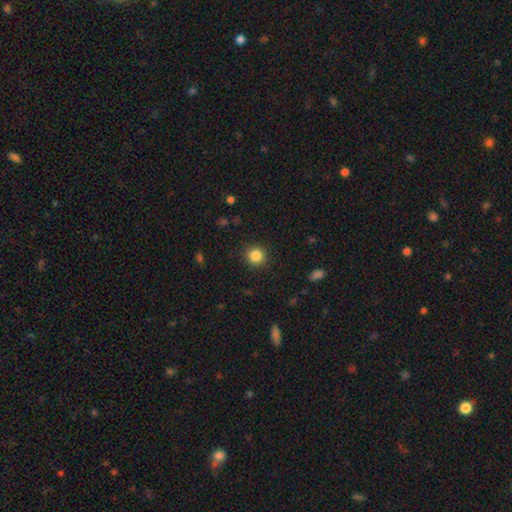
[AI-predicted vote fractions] smooth 85%, star or artifact 11%, featured or disk 4%. Down the decision tree: how rounded — round (92%); merging — none (91%).